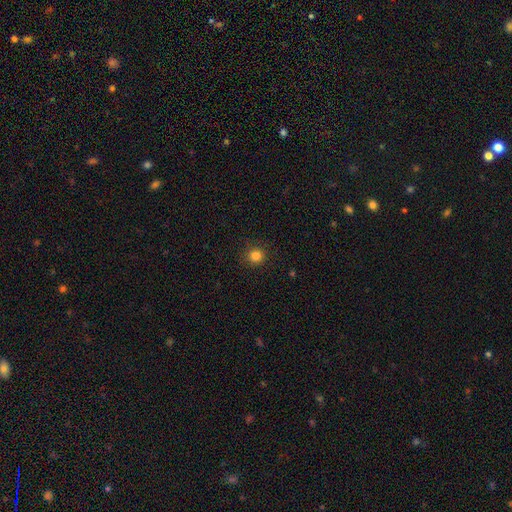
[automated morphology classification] Smooth or featured?
  - smooth: 83% *
  - star or artifact: 13%
  - featured or disk: 4%
How rounded?
  - round: 92% *
  - in between: 7%
  - cigar-shaped: 1%
Merging?
  - none: 90% *
  - minor disturbance: 7%
  - major disturbance: 2%
  - merger: 1%